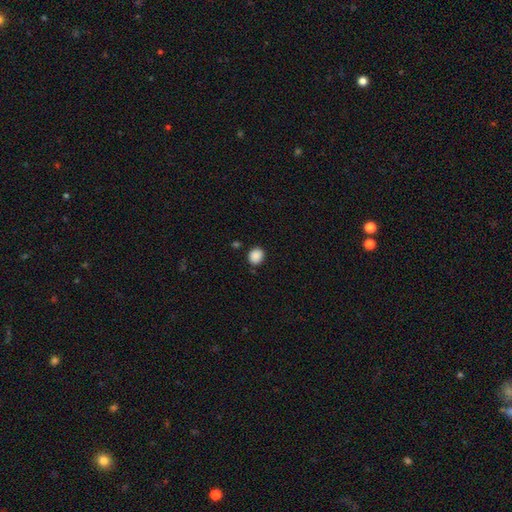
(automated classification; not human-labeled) smooth-or-featured: smooth: 89% | star or artifact: 9% | featured or disk: 3%
  how-rounded: round: 66% | in between: 33% | cigar-shaped: 1%
  merging: none: 84% | minor disturbance: 11% | major disturbance: 3% | merger: 2%